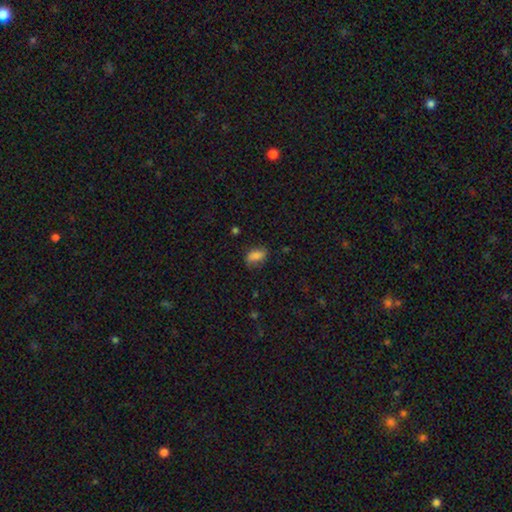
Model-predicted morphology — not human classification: Smooth or featured?
  - smooth: 76% *
  - featured or disk: 14%
  - star or artifact: 10%
How rounded?
  - in between: 86% *
  - round: 8%
  - cigar-shaped: 6%
Merging?
  - none: 69% *
  - minor disturbance: 23%
  - major disturbance: 7%
  - merger: 2%